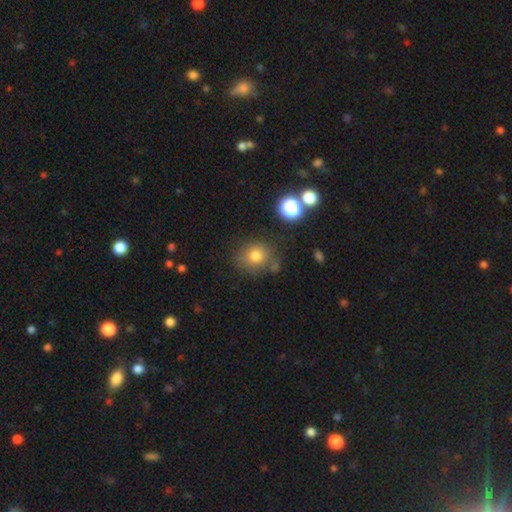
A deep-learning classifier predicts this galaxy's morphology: This is likely a smooth galaxy (76%). How rounded: likely round (80%). Merging: likely none (72%).